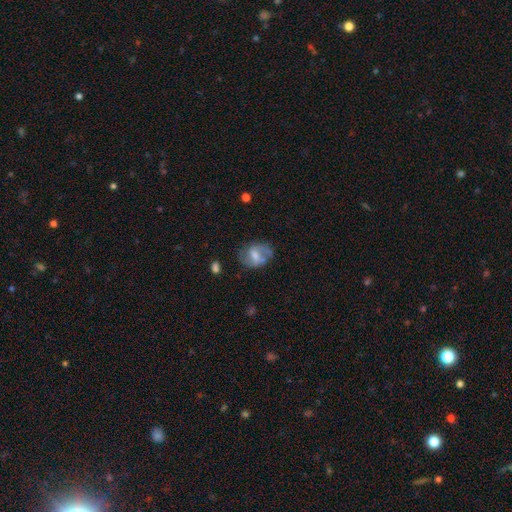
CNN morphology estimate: The model was most divided on "bulge size": moderate: 42%, small: 32%, none: 16%, large: 10%, dominant: 1%. Remaining: edge-on disk — no (96%); spiral arms — yes (66%); merging — none (57%); smooth or featured — featured or disk (53%); bar — weak (49%).